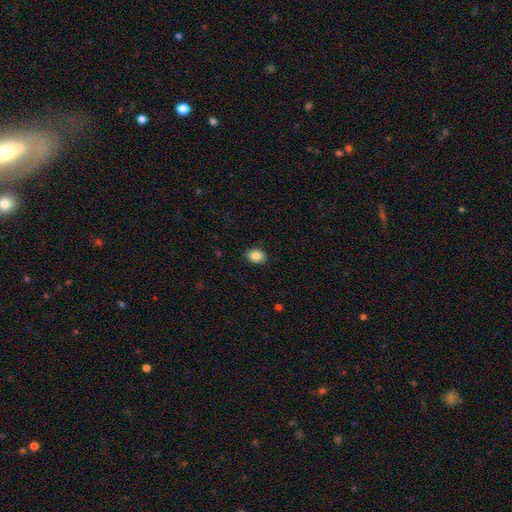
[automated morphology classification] This is clearly a smooth galaxy (85%). How rounded: likely in between (68%). Merging: clearly none (86%).